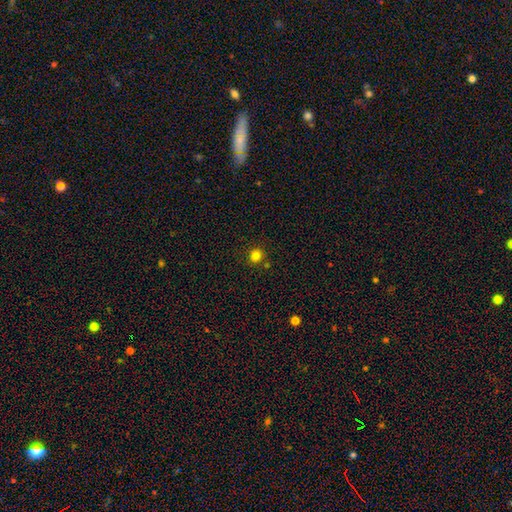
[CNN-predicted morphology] Smooth or featured: smooth — 81% (star or artifact — 14%)
How rounded: round — 87% (in between — 12%)
Merging: none — 83% (minor disturbance — 8%)